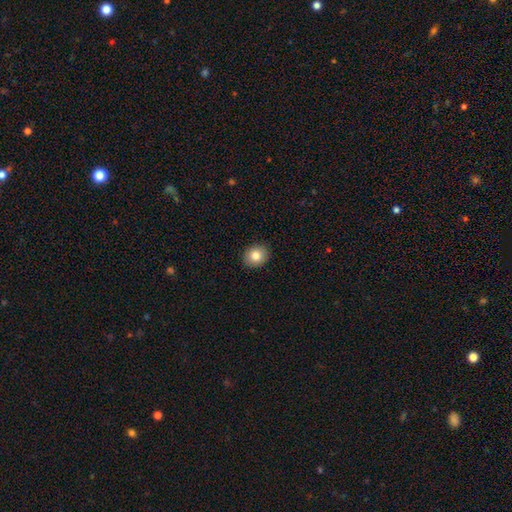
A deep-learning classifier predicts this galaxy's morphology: smooth-or-featured: smooth: 82% | star or artifact: 9% | featured or disk: 9%
  how-rounded: round: 66% | in between: 33% | cigar-shaped: 1%
  merging: none: 91% | minor disturbance: 7% | major disturbance: 2% | merger: 1%